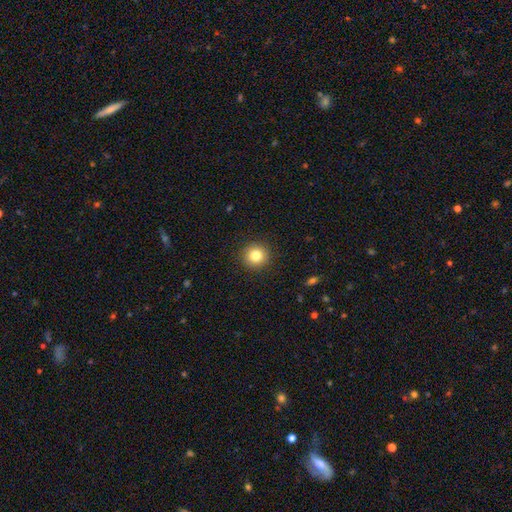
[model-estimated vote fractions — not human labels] Overall: smooth (82%). How rounded: round (94%). Merging: none (92%).